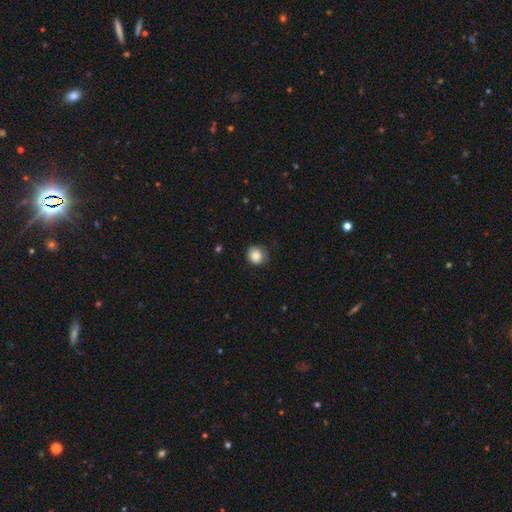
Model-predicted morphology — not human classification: type=smooth (85%); roundness=round (82%); merging=none (76%).